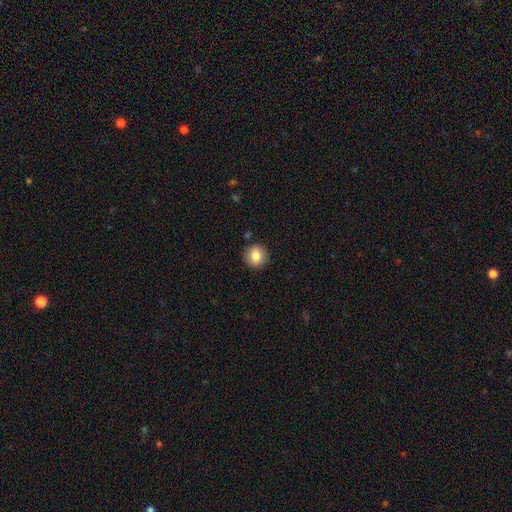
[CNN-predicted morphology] Overall: smooth (84%). How rounded: round (92%). Merging: none (91%).